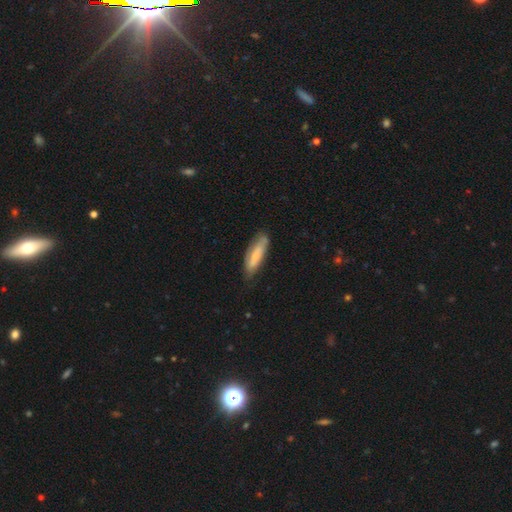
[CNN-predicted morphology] This is possibly a smooth galaxy (60%). How rounded: possibly cigar-shaped (49%, tied with in between). Merging: likely none (70%).